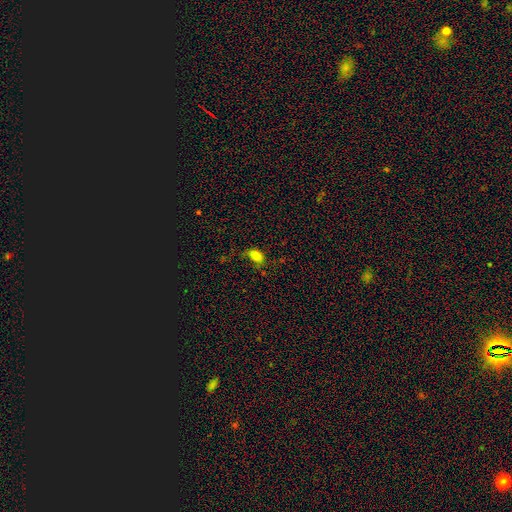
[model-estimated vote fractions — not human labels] smooth-or-featured: smooth: 79% | star or artifact: 14% | featured or disk: 7%
  how-rounded: in between: 87% | round: 11% | cigar-shaped: 2%
  merging: none: 49% | minor disturbance: 26% | major disturbance: 21% | merger: 4%